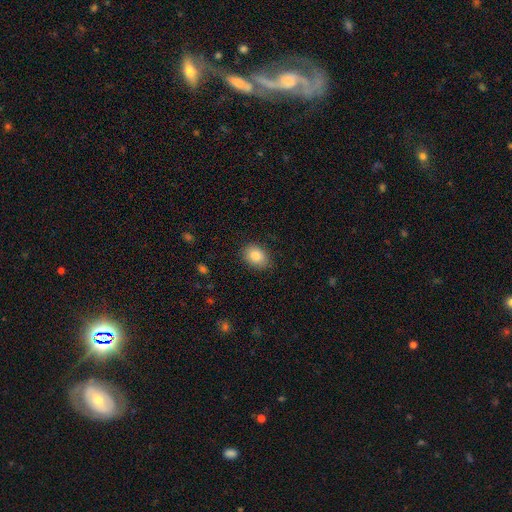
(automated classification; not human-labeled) Smooth or featured? Predicted: smooth (p=0.85). How rounded? Predicted: in between (p=0.70). Merging? Predicted: none (p=0.86).